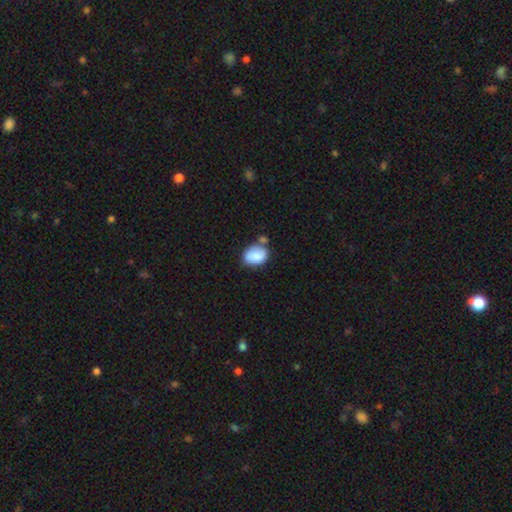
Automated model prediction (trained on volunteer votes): Smooth or featured? Predicted: smooth (p=0.80). How rounded? Predicted: in between (p=0.71). Merging? Predicted: none (p=0.51).